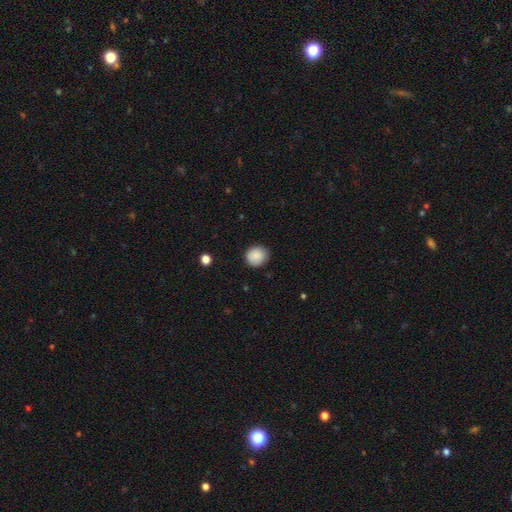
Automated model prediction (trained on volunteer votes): Q: Smooth or featured?
A: smooth (88%); runner-up: star or artifact (8%)
Q: How rounded?
A: round (86%); runner-up: in between (13%)
Q: Merging?
A: none (85%); runner-up: minor disturbance (11%)